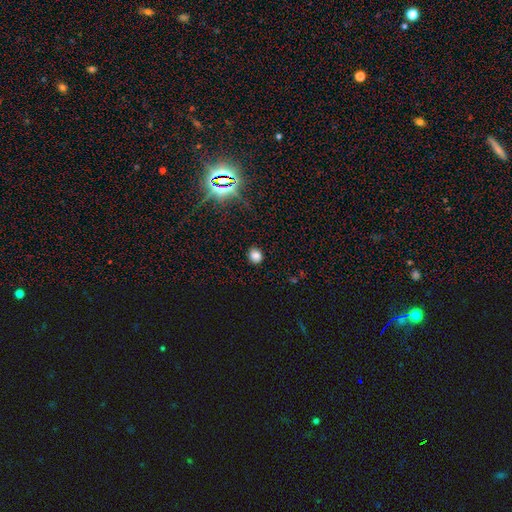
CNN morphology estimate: This is likely a smooth galaxy (79%). How rounded: likely round (70%). Merging: clearly none (86%).